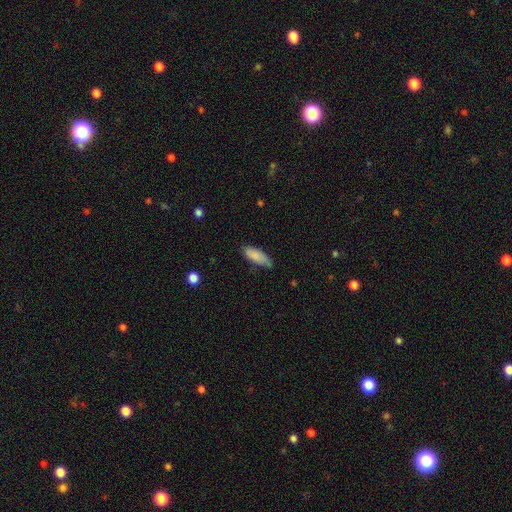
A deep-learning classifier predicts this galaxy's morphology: A smooth galaxy with no disk features (86%) that is in between round and cigar-shaped (64%). Merging: none (71%).